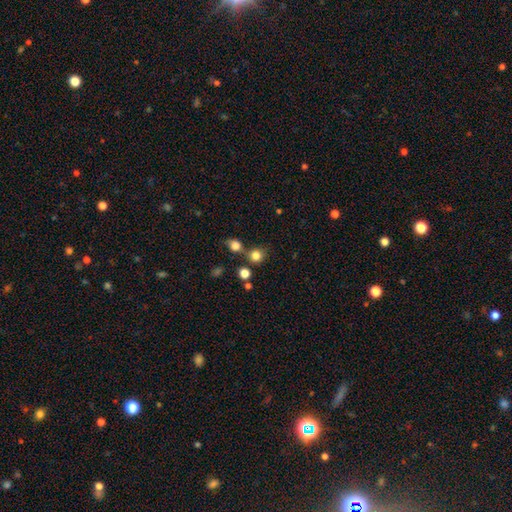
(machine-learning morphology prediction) type=smooth (81%); roundness=round (86%); merging=none (65%).